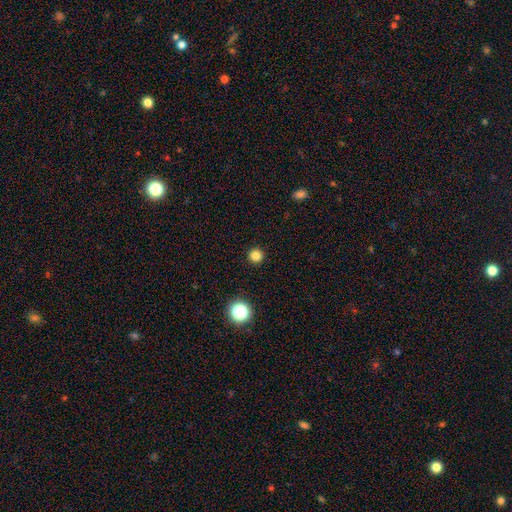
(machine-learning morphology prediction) Smooth or featured? Predicted: smooth (p=0.82). How rounded? Predicted: round (p=0.96). Merging? Predicted: none (p=0.93).